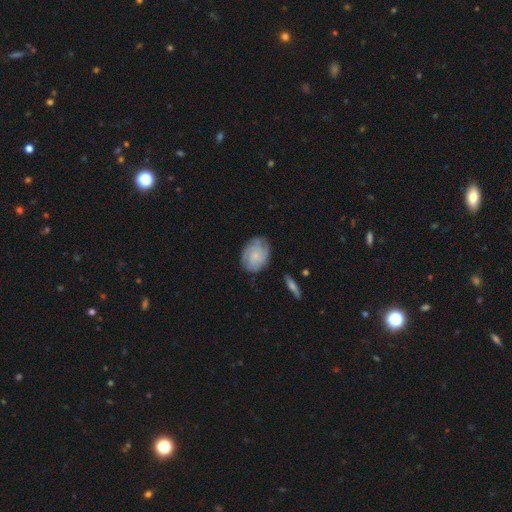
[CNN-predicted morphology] Smooth or featured? featured or disk (57%)
Edge-on disk? no (97%)
Bar? no (78%)
Spiral arms? yes (87%)
Bulge size? small (66%)
Merging? none (74%)